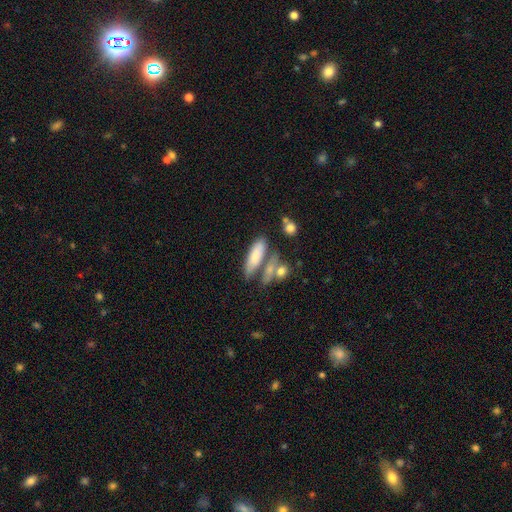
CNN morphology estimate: A smooth galaxy with no disk features (73%) that is in between round and cigar-shaped (60%).

Vote fractions:
- Smooth or featured? smooth: 73% / featured or disk: 20% / star or artifact: 7%
- How rounded? in between: 60% / cigar-shaped: 37% / round: 3%
- Merging? none: 48% / merger: 28% / minor disturbance: 17% / major disturbance: 8%